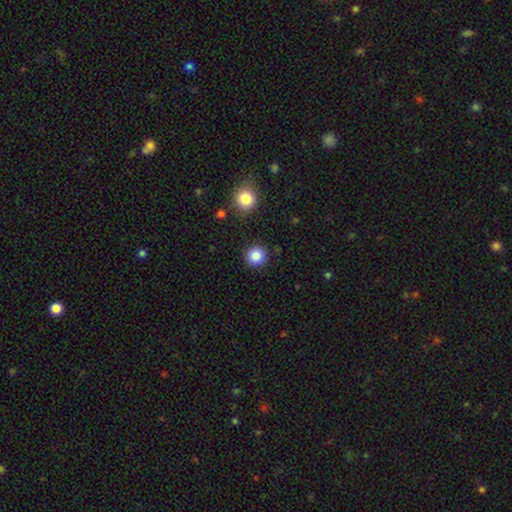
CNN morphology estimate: A smooth galaxy with no disk features (86%) that is round (94%). Merging: none (90%).